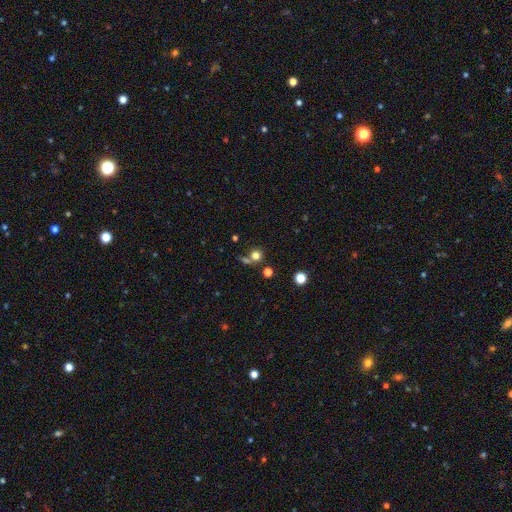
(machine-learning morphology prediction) Smooth or featured?
  - smooth: 76% *
  - star or artifact: 16%
  - featured or disk: 8%
How rounded?
  - round: 89% *
  - in between: 10%
  - cigar-shaped: 1%
Merging?
  - none: 62% *
  - merger: 24%
  - minor disturbance: 9%
  - major disturbance: 5%